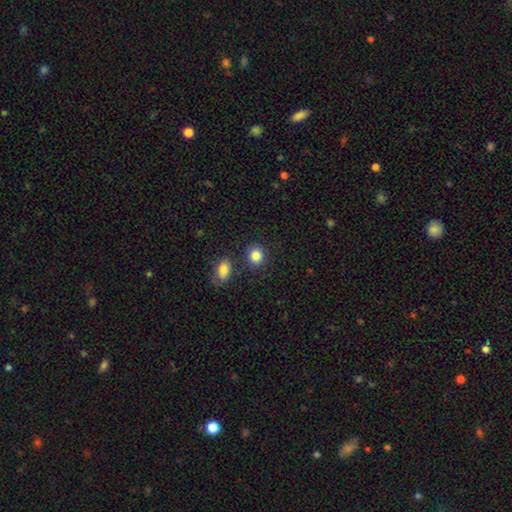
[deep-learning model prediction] Smooth or featured? Predicted: smooth (p=0.86). How rounded? Predicted: round (p=0.78). Merging? Predicted: none (p=0.80).